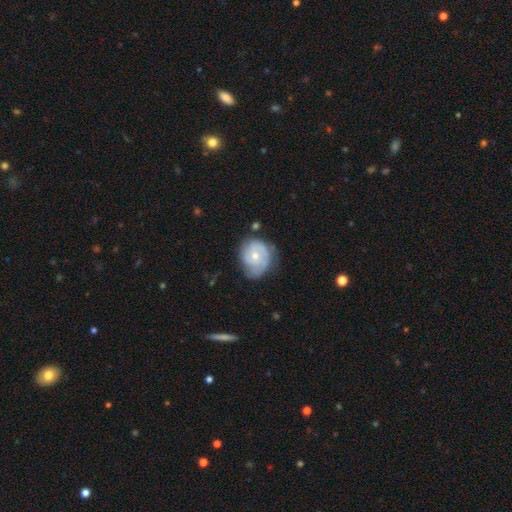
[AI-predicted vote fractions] Smooth or featured? Predicted: featured or disk (p=0.61). Edge-on disk? Predicted: no (p=0.97). Bar? Predicted: no (p=0.79). Spiral arms? Predicted: yes (p=0.81). Bulge size? Predicted: moderate (p=0.54). Merging? Predicted: none (p=0.56).